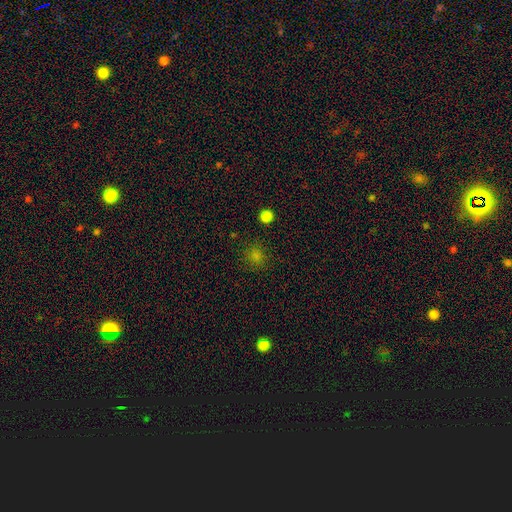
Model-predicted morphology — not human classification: This is likely a smooth galaxy (72%). How rounded: clearly round (87%). Merging: clearly none (87%).